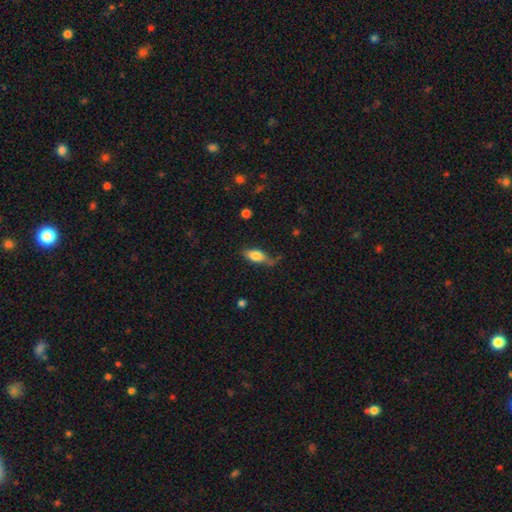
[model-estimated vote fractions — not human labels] Smooth or featured? Predicted: smooth (p=0.76). How rounded? Predicted: in between (p=0.82). Merging? Predicted: none (p=0.55).